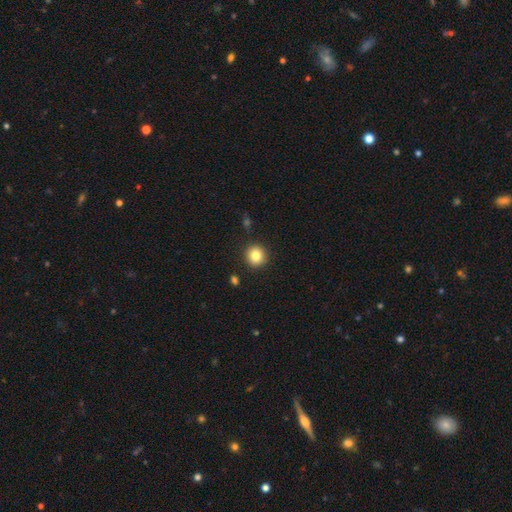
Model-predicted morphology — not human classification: type=smooth (84%); roundness=round (90%); merging=none (90%).